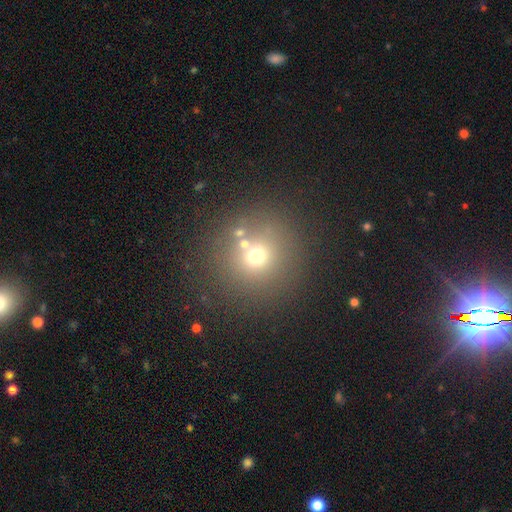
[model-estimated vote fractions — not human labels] Smooth or featured: smooth — 65% (star or artifact — 23%)
How rounded: round — 92% (in between — 7%)
Merging: none — 76% (merger — 11%)